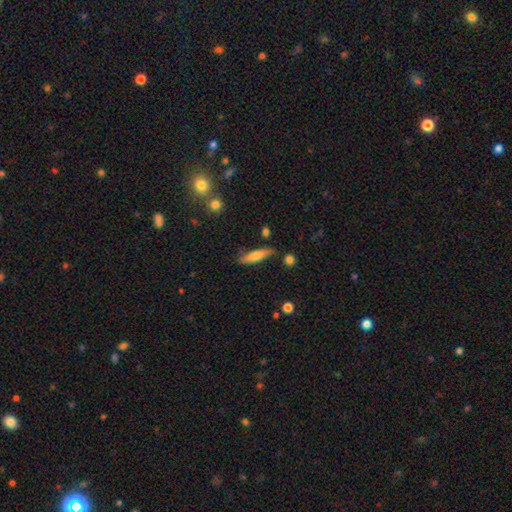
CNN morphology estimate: type=smooth (63%); roundness=cigar-shaped (75%); merging=none (79%).